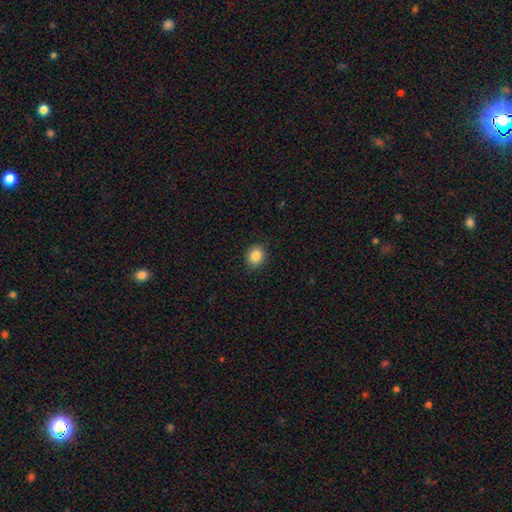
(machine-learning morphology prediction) Smooth or featured? Predicted: smooth (p=0.86). How rounded? Predicted: round (p=0.76). Merging? Predicted: none (p=0.90).